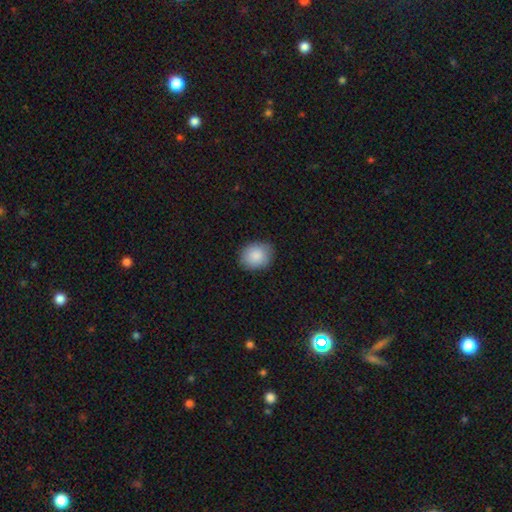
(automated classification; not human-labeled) A smooth galaxy with no disk features (88%) that is round (51%). Merging: none (82%).